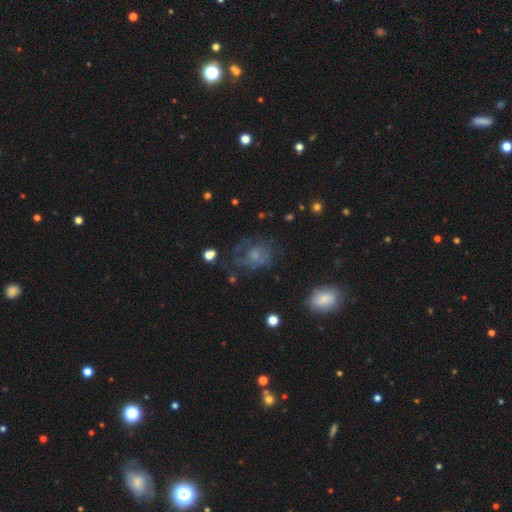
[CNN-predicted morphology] This appears to be a featured or disk galaxy (49%). Merging: none (52%).